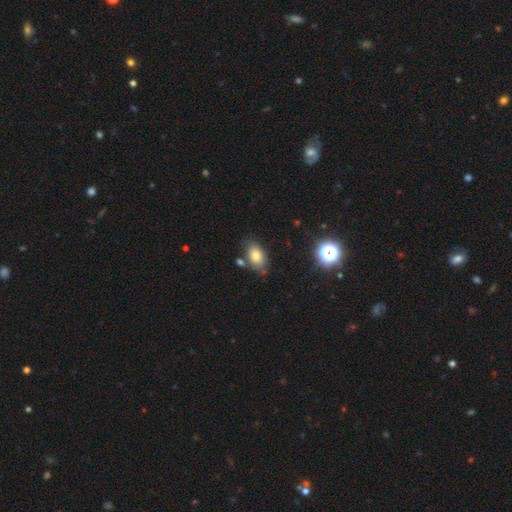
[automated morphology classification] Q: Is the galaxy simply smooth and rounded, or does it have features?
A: smooth — 78%.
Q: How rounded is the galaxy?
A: in between — 89%.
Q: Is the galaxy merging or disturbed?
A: none — 70%.